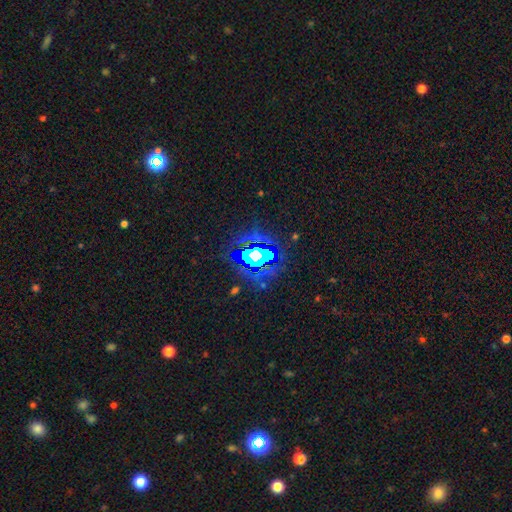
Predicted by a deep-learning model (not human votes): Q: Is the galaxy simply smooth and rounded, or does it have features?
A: star or artifact — 60%.